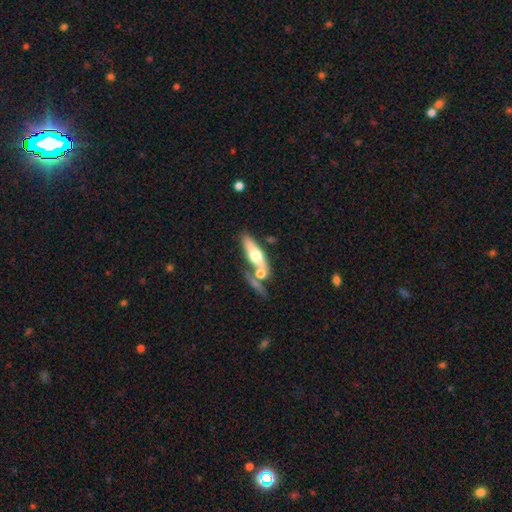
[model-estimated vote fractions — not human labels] smooth-or-featured: featured or disk: 48% | smooth: 45% | star or artifact: 7%
  merging: none: 45% | merger: 37% | minor disturbance: 12% | major disturbance: 7%